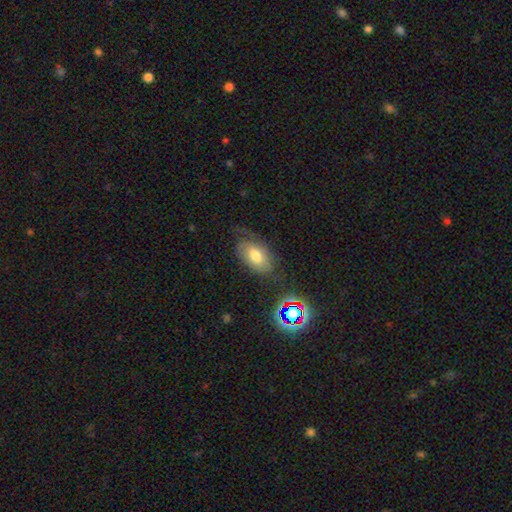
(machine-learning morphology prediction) A smooth galaxy with no disk features (59%) that is in between round and cigar-shaped (90%).

Vote fractions:
- Smooth or featured? smooth: 59% / featured or disk: 29% / star or artifact: 12%
- How rounded? in between: 90% / round: 7% / cigar-shaped: 2%
- Merging? none: 57% / minor disturbance: 25% / major disturbance: 15% / merger: 3%